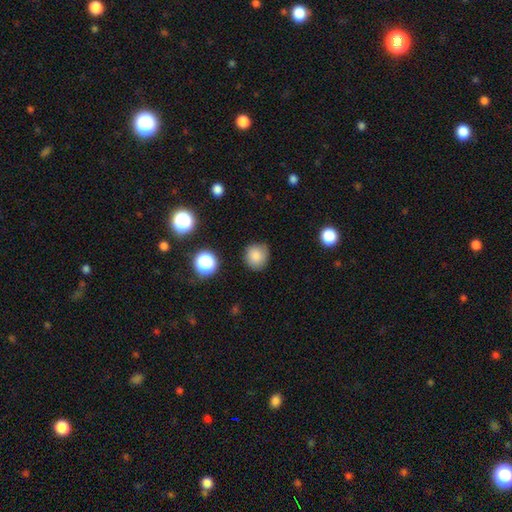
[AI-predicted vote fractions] smooth 84%, star or artifact 11%, featured or disk 5%. Down the decision tree: how rounded — round (88%); merging — none (82%).